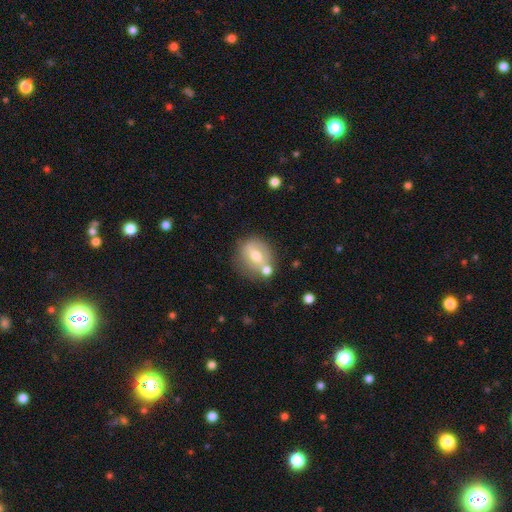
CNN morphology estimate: Smooth or featured: smooth — 55% (featured or disk — 36%)
How rounded: round — 59% (in between — 39%)
Merging: none — 56% (merger — 21%)